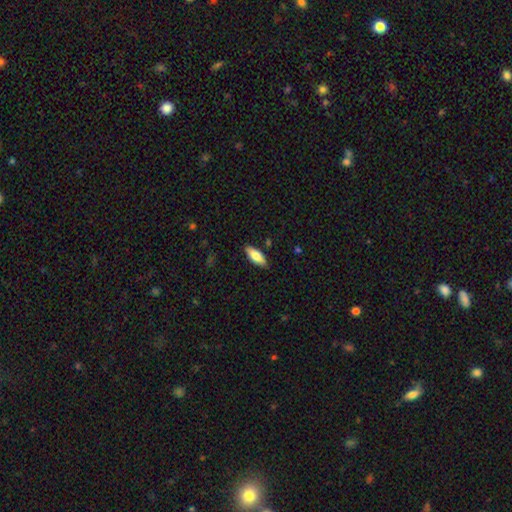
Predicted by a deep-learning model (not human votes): smooth-or-featured: smooth: 76% | featured or disk: 18% | star or artifact: 6%
  how-rounded: in between: 70% | cigar-shaped: 28% | round: 2%
  merging: none: 87% | minor disturbance: 10% | major disturbance: 2% | merger: 1%